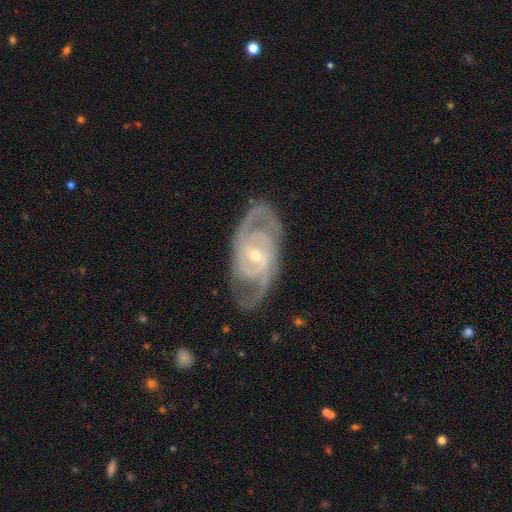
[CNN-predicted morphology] Smooth or featured? featured or disk (91%)
Edge-on disk? no (95%)
Bar? no (47%)
Spiral arms? yes (97%)
Spiral winding? tight (49%)
Spiral arm count? 2 (67%)
Bulge size? small (66%)
Merging? none (77%)